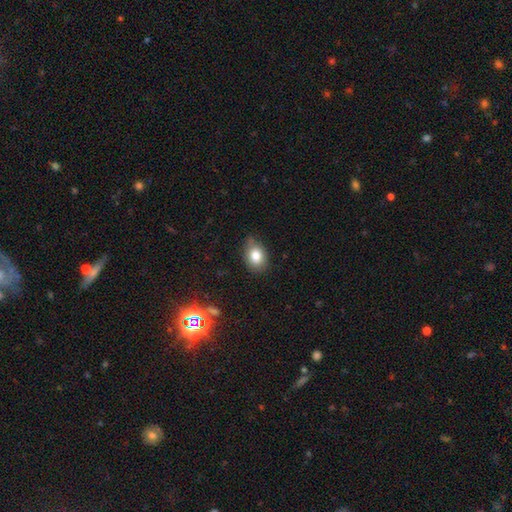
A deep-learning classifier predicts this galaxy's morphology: smooth_or_featured: smooth (p=0.81) [alt: featured or disk p=0.10]
how_rounded: in between (p=0.73) [alt: round p=0.26]
merging: none (p=0.71) [alt: minor disturbance p=0.24]